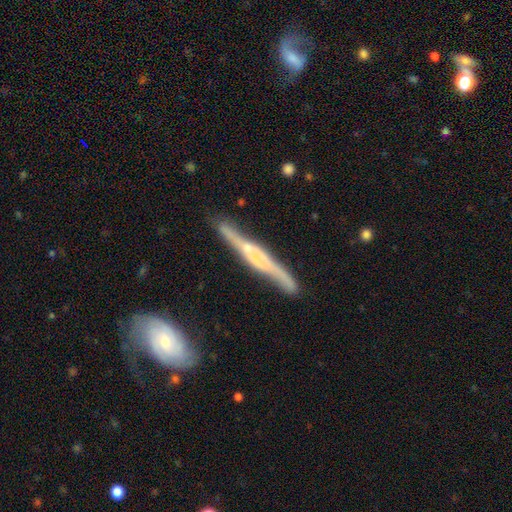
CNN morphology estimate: Smooth or featured? Predicted: featured or disk (p=0.74). Edge-on disk? Predicted: yes (p=0.90). Edge-on bulge? Predicted: rounded (p=0.39). Merging? Predicted: none (p=0.78).